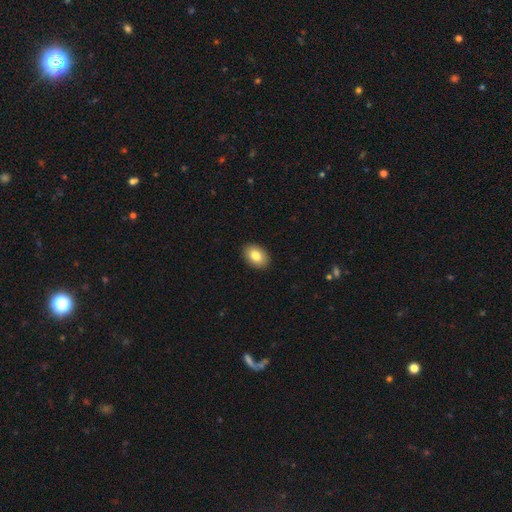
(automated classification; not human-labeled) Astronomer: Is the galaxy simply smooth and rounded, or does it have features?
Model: smooth — 83%.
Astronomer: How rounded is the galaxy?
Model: in between — 85%.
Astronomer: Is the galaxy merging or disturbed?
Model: none — 91%.